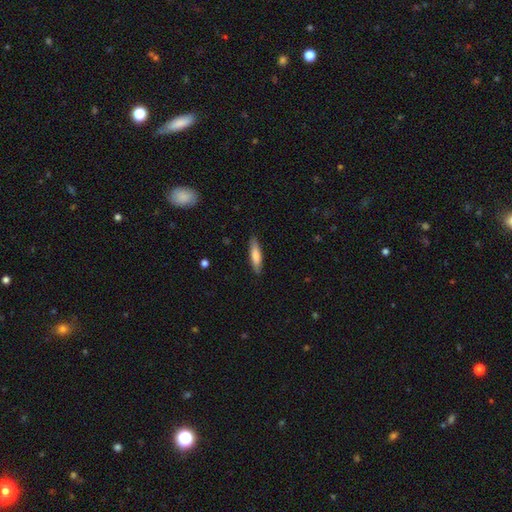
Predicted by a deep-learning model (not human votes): Q: Smooth or featured?
A: smooth (76%); runner-up: featured or disk (18%)
Q: How rounded?
A: cigar-shaped (73%); runner-up: in between (26%)
Q: Merging?
A: none (87%); runner-up: minor disturbance (10%)